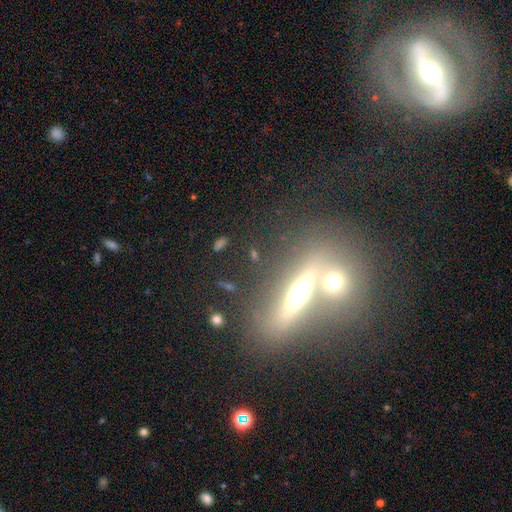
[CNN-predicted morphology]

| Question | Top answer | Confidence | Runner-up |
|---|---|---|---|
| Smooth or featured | featured or disk | 50% | smooth (34%) |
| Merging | none | 53% | merger (31%) |